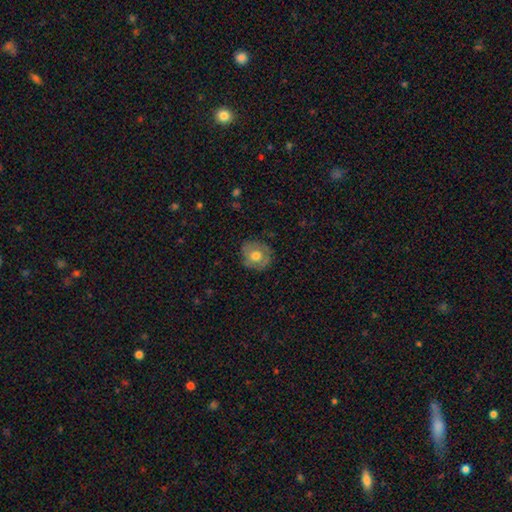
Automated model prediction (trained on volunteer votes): Morphology: type=smooth (62%); roundness=round (77%); merging=none (79%).